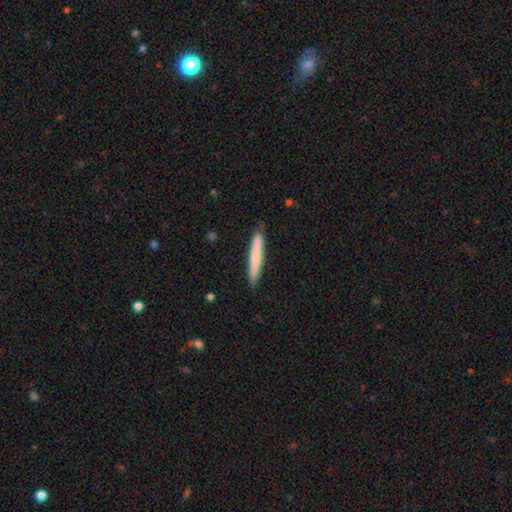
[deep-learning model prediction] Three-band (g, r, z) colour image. It shows a smooth galaxy with no disk features (72%) that is cigar-shaped (95%). Merging: none (87%).